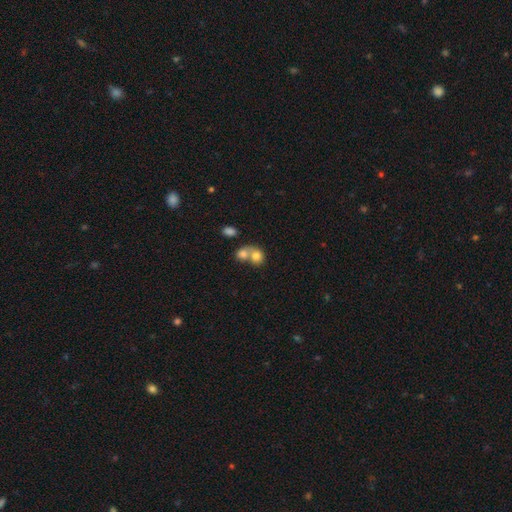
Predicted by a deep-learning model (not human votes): smooth_or_featured: smooth (p=0.77) [alt: featured or disk p=0.14]
how_rounded: round (p=0.68) [alt: in between p=0.31]
merging: merger (p=0.66) [alt: none p=0.25]